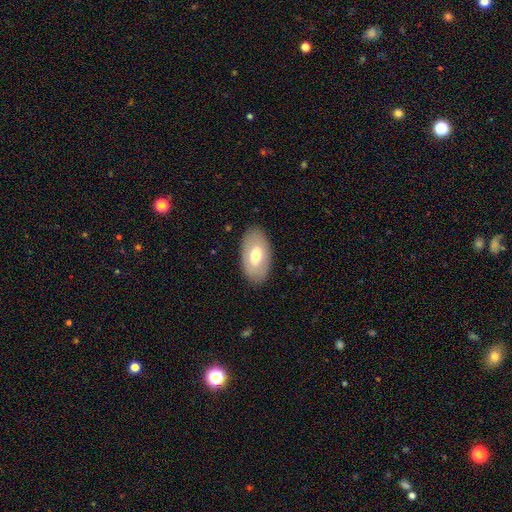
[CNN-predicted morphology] smooth_or_featured: smooth (p=0.63) [alt: featured or disk p=0.31]
how_rounded: in between (p=0.94) [alt: round p=0.04]
merging: none (p=0.85) [alt: minor disturbance p=0.11]